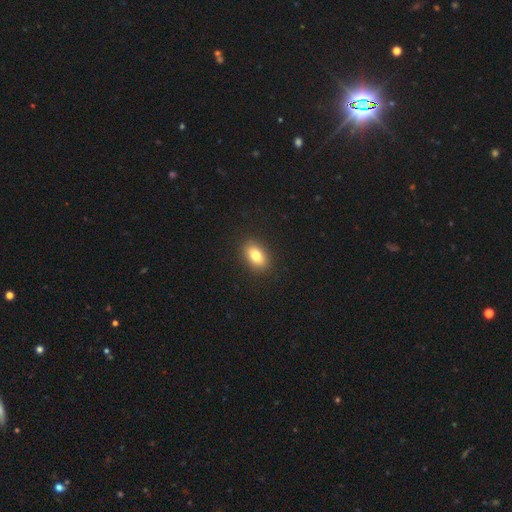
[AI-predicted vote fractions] Q: Smooth or featured?
A: smooth (80%); runner-up: featured or disk (10%)
Q: How rounded?
A: in between (84%); runner-up: round (14%)
Q: Merging?
A: none (89%); runner-up: minor disturbance (8%)